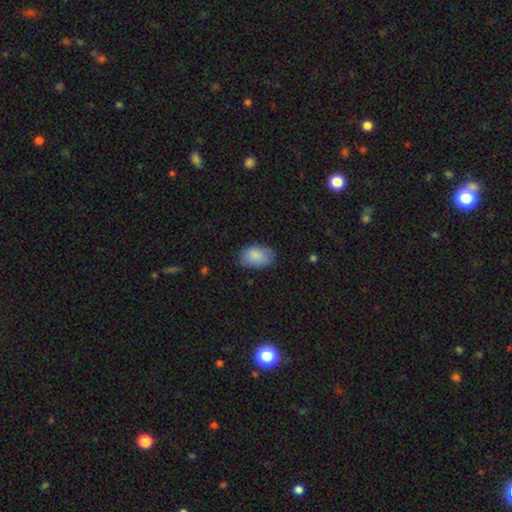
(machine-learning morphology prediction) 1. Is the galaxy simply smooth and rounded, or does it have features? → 86% smooth, 7% featured or disk, 7% star or artifact.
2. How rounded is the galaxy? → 86% in between, 13% round, 1% cigar-shaped.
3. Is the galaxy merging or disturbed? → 74% none, 20% minor disturbance, 4% major disturbance, 1% merger.